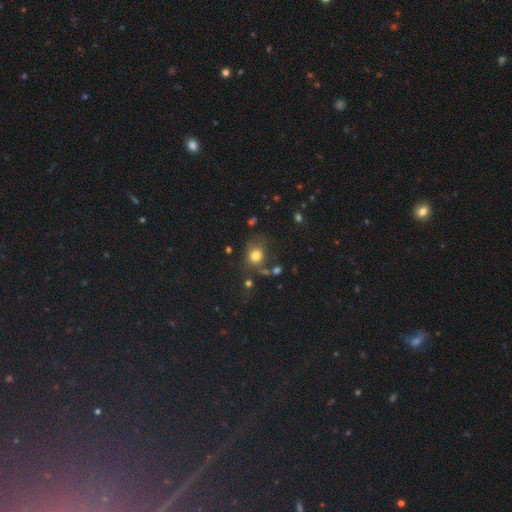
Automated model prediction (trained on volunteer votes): smooth-or-featured: smooth: 77% | star or artifact: 14% | featured or disk: 9%
  how-rounded: round: 70% | in between: 29% | cigar-shaped: 1%
  merging: none: 58% | minor disturbance: 21% | major disturbance: 12% | merger: 8%